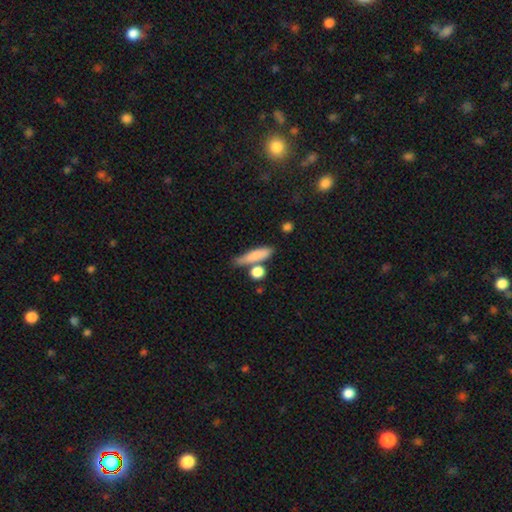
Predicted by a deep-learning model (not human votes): Smooth or featured? Predicted: smooth (p=0.78). How rounded? Predicted: cigar-shaped (p=0.66). Merging? Predicted: none (p=0.62).